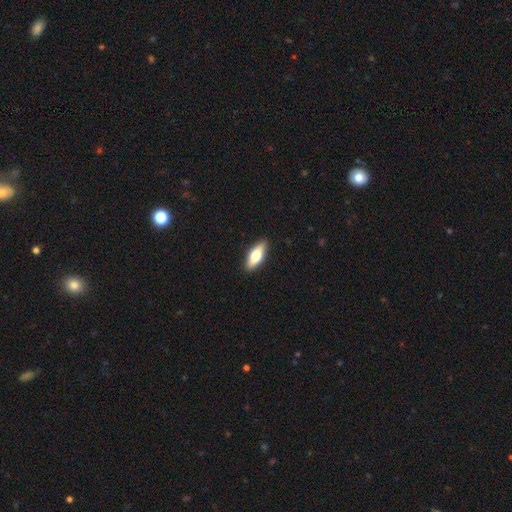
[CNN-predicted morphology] Smooth or featured? Predicted: smooth (p=0.65). How rounded? Predicted: in between (p=0.68). Merging? Predicted: none (p=0.90).